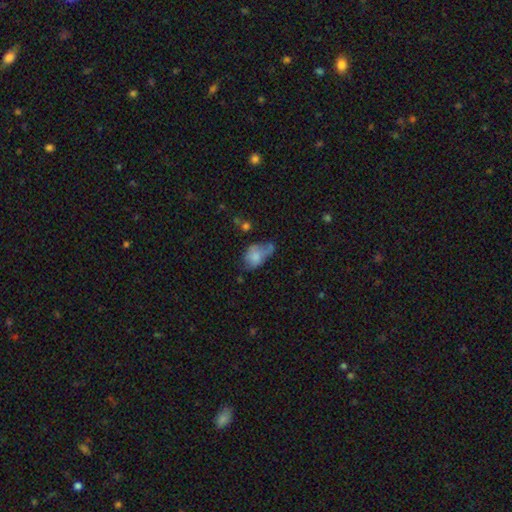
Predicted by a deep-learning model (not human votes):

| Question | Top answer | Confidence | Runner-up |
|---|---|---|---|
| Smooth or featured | smooth | 71% | featured or disk (19%) |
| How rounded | in between | 81% | round (18%) |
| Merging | minor disturbance | 33% | none (27%) |